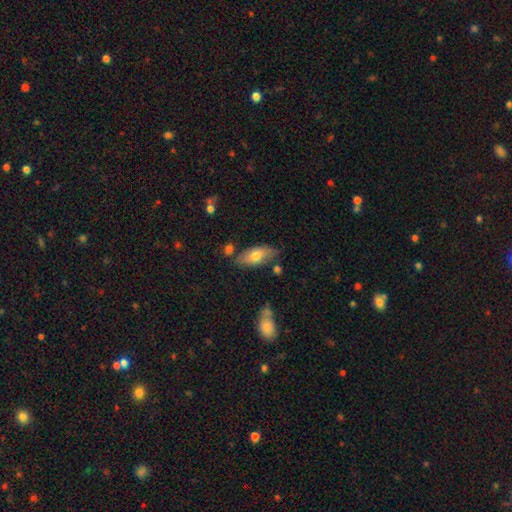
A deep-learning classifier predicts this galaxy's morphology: This is likely a smooth galaxy (68%). How rounded: clearly in between (85%). Merging: likely none (74%).